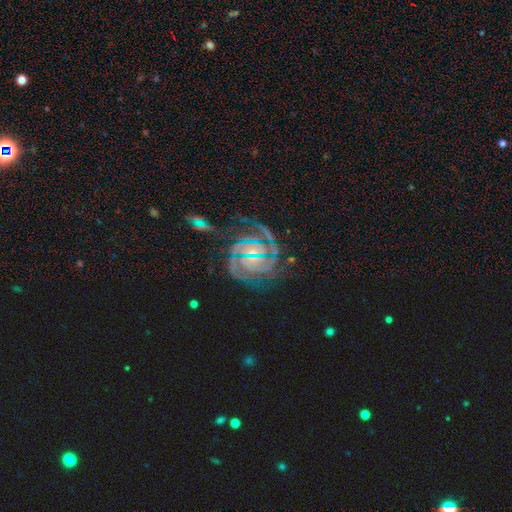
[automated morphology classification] A featured or disk galaxy (87%) with a weak bar (41%), 3 (28%) tight (70%) spiral arms (98%) and a small central bulge (65%). Merging: none (63%).